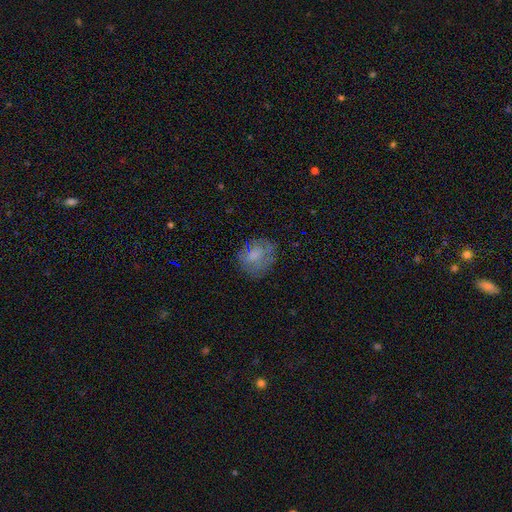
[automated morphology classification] Smooth or featured? smooth (60%)
How rounded? round (62%)
Merging? none (65%)